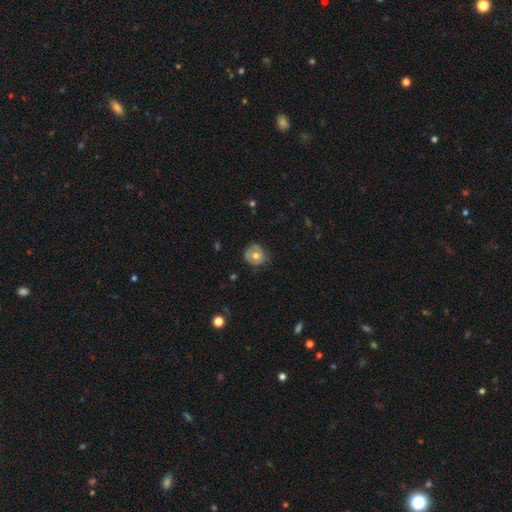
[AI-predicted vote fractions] Overall: smooth (60%; featured or disk 32%). How rounded: round (82%). Merging: none (66%; minor disturbance 27%).